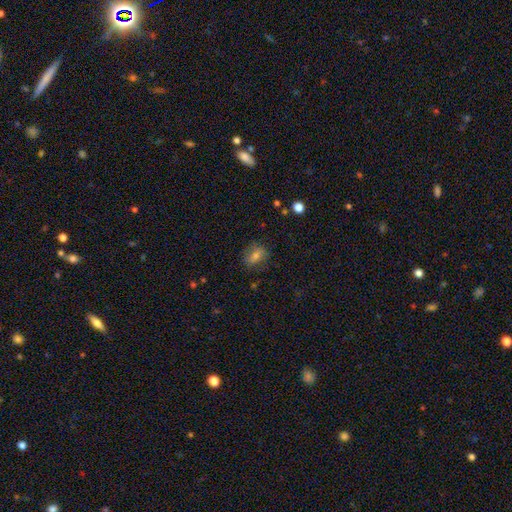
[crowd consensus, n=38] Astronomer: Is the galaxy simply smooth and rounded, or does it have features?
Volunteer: smooth — 74%.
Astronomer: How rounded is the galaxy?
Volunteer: in between — 57% (runner-up: round, 39%).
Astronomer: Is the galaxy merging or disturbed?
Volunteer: none — 86%.